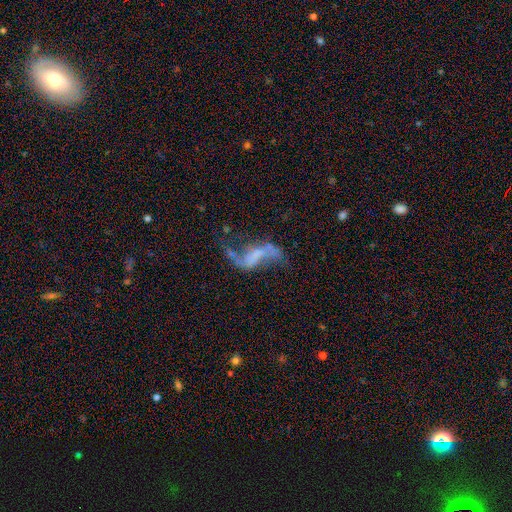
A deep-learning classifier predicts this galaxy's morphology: A featured or disk galaxy (81%) with no bar (40%), 2 (89%) loose (89%) spiral arms (86%) and no central bulge (53%).

Vote fractions:
- Smooth or featured? featured or disk: 81% / smooth: 10% / star or artifact: 9%
- Edge-on disk? no: 96% / yes: 4%
- Bar? no: 40% / weak: 36% / strong: 24%
- Spiral arms? yes: 86% / no: 14%
- Spiral winding? loose: 89% / medium: 8% / tight: 3%
- Spiral arm count? 2: 89% / 1: 5% / can't tell: 3% / 3: 1% / 4: 1% / more than 4: 1%
- Bulge size? none: 53% / small: 30% / moderate: 12% / large: 3% / dominant: 1%
- Merging? none: 47% / major disturbance: 24% / minor disturbance: 18% / merger: 11%